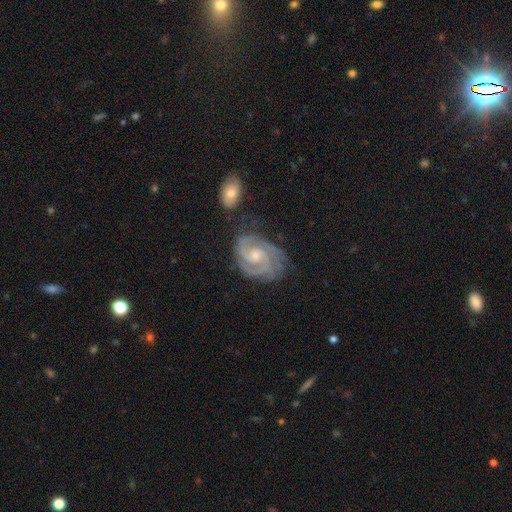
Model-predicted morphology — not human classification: Q: Smooth or featured?
A: featured or disk (91%); runner-up: smooth (5%)
Q: Edge-on disk?
A: no (98%); runner-up: yes (2%)
Q: Bar?
A: no (56%); runner-up: weak (36%)
Q: Spiral arms?
A: yes (98%); runner-up: no (2%)
Q: Spiral winding?
A: tight (63%); runner-up: medium (33%)
Q: Spiral arm count?
A: 2 (45%); runner-up: 3 (34%)
Q: Bulge size?
A: small (55%); runner-up: moderate (38%)
Q: Merging?
A: none (66%); runner-up: minor disturbance (21%)